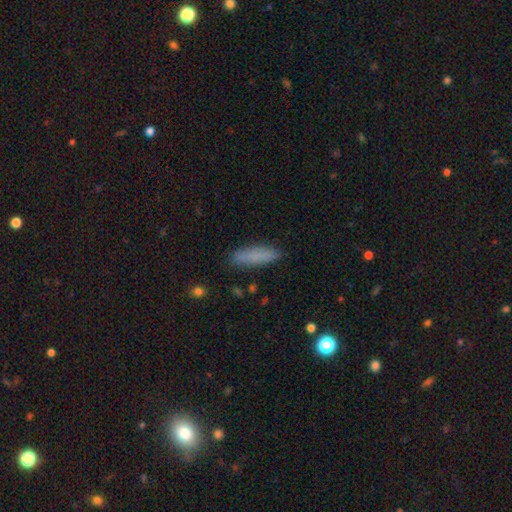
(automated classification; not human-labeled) This appears to be a smooth galaxy with no disk features (83%) that is cigar-shaped (74%). Merging: none (87%).